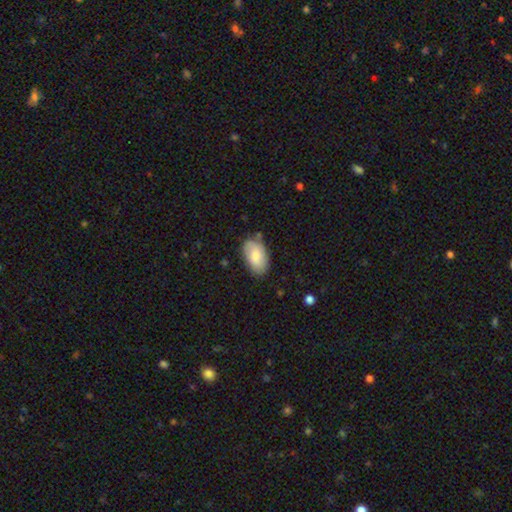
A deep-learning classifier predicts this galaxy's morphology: Smooth or featured?
  - smooth: 77% *
  - featured or disk: 17%
  - star or artifact: 6%
How rounded?
  - in between: 94% *
  - round: 4%
  - cigar-shaped: 2%
Merging?
  - none: 74% *
  - minor disturbance: 20%
  - major disturbance: 4%
  - merger: 2%